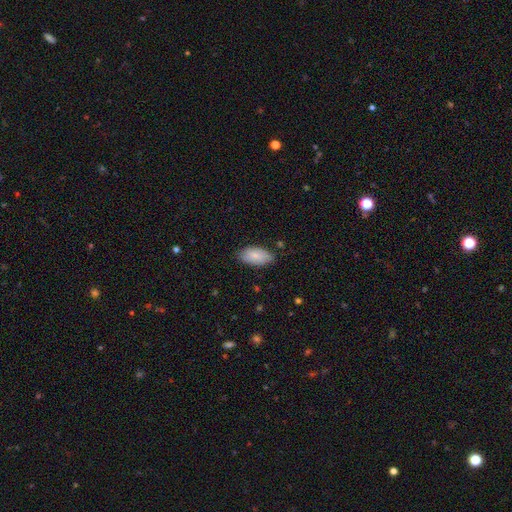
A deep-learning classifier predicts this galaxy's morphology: Smooth or featured: smooth — 81% (featured or disk — 13%)
How rounded: in between — 94% (cigar-shaped — 4%)
Merging: none — 78% (minor disturbance — 18%)